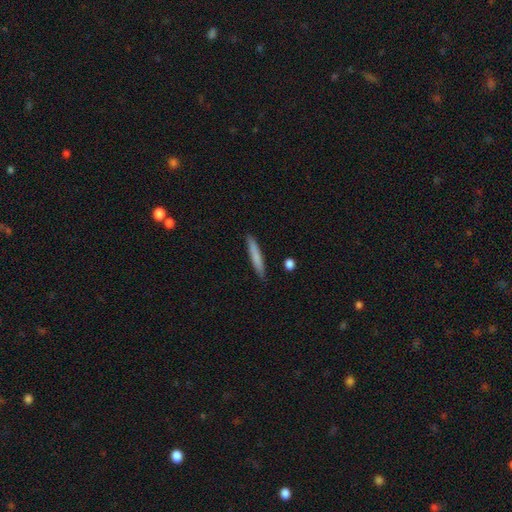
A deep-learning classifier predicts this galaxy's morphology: This is likely a smooth galaxy (76%). How rounded: clearly cigar-shaped (95%). Merging: clearly none (90%).